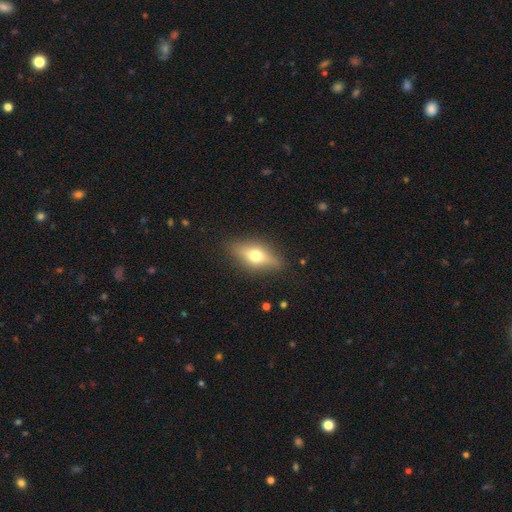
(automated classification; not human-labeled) smooth_or_featured: smooth (p=0.52) [alt: featured or disk p=0.40]
how_rounded: in between (p=0.70) [alt: cigar-shaped p=0.22]
merging: none (p=0.83) [alt: minor disturbance p=0.12]